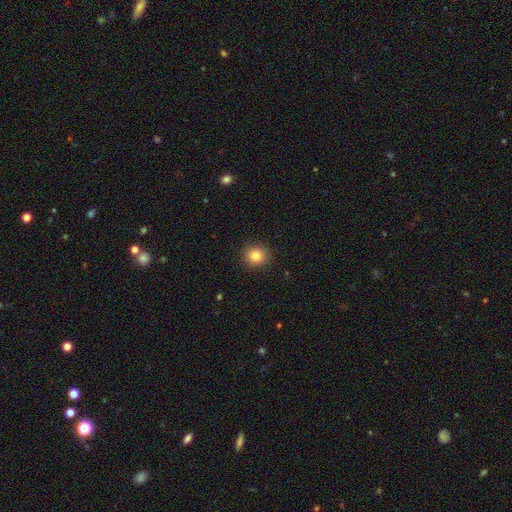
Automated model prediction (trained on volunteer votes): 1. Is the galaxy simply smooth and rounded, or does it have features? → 83% smooth, 11% star or artifact, 6% featured or disk.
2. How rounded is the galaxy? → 88% round, 11% in between, 1% cigar-shaped.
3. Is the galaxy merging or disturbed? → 91% none, 6% minor disturbance, 2% major disturbance, 1% merger.